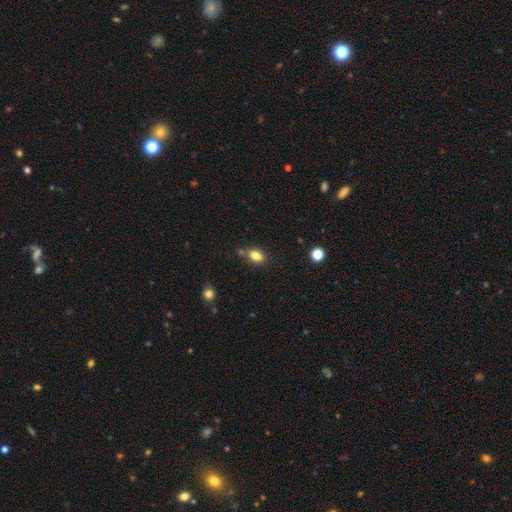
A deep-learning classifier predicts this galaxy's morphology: smooth 81%, star or artifact 10%, featured or disk 8%. Down the decision tree: how rounded — in between (82%); merging — none (69%).